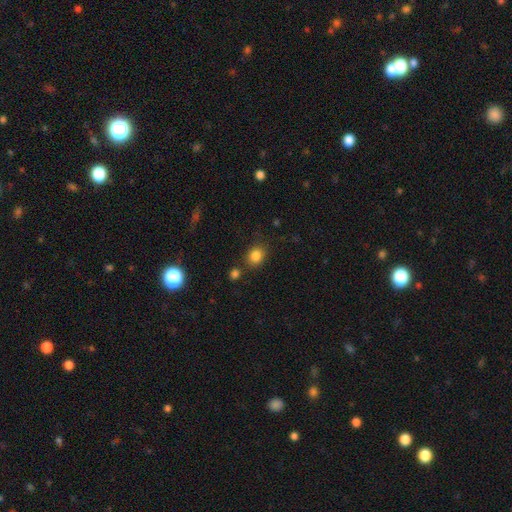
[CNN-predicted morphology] smooth 83%, star or artifact 12%, featured or disk 5%. Down the decision tree: how rounded — round (66%); merging — none (76%).